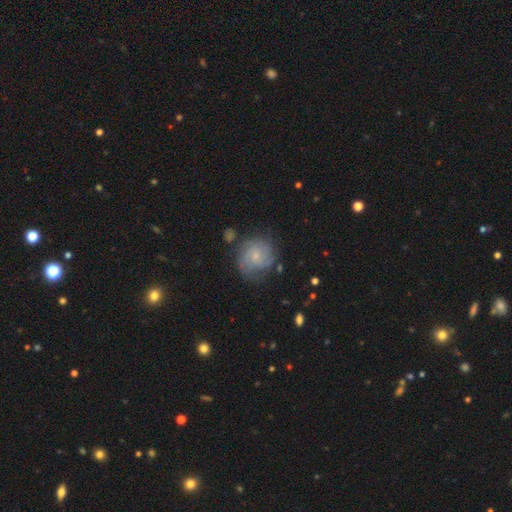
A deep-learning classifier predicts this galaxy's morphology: A featured or disk galaxy (55%) with no bar (78%), spiral arms (84%) and a small central bulge (73%). Merging: none (62%).